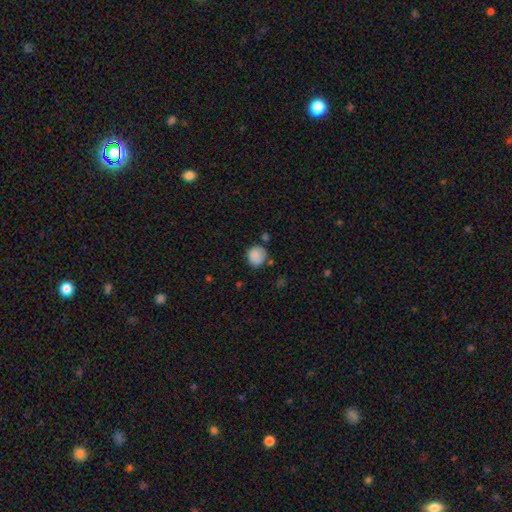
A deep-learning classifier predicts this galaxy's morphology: Overall: smooth (87%). How rounded: round (79%). Merging: none (71%).